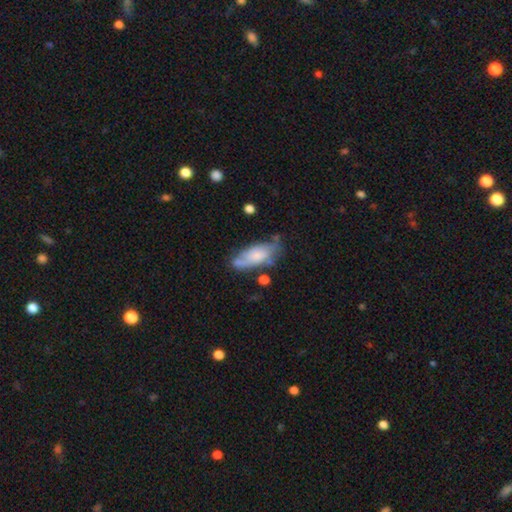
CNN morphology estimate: Overall: smooth (56%; featured or disk 37%). How rounded: in between (79%). Merging: none (52%; minor disturbance 29%).